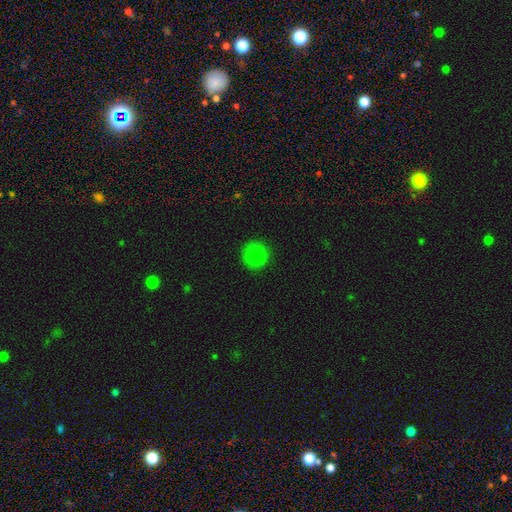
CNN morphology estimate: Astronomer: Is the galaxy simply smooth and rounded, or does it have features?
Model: smooth — 84%.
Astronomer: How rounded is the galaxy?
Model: round — 93%.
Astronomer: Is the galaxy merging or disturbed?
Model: none — 87%.